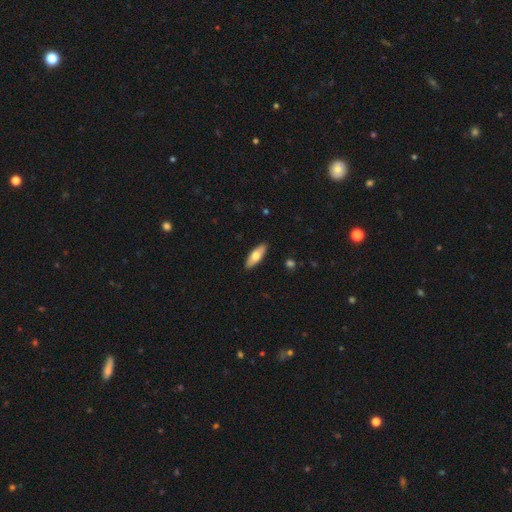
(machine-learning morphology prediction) The model was most divided on "how rounded": in between: 63%, cigar-shaped: 34%, round: 2%. More confident: merging — none (90%); smooth or featured — smooth (68%).